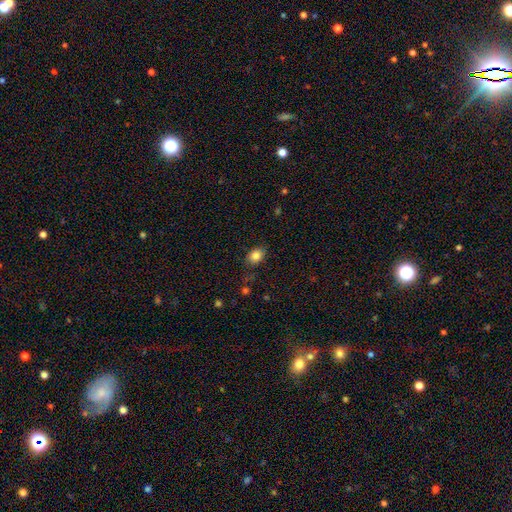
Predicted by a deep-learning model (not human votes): A smooth galaxy with no disk features (83%) that is in between round and cigar-shaped (56%). Merging: none (80%).